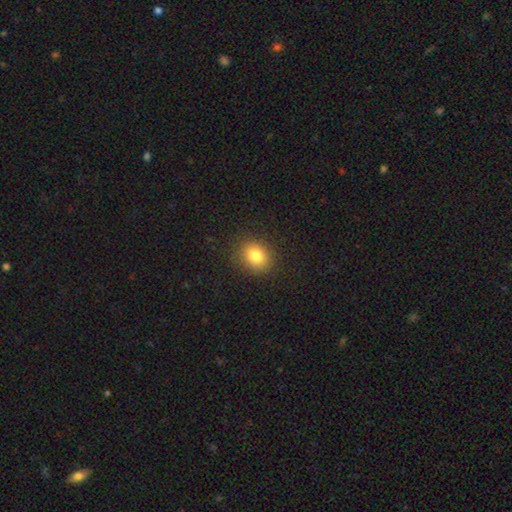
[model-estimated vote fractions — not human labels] This appears to be a smooth galaxy with no disk features (82%) that is round (61%). Merging: none (88%).